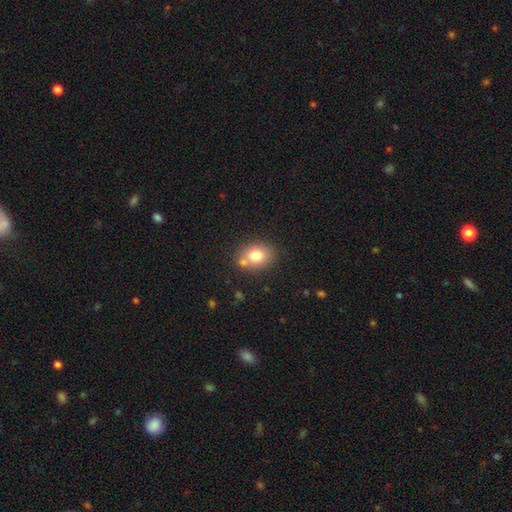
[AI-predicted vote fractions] Smooth or featured?
  - smooth: 76% *
  - featured or disk: 14%
  - star or artifact: 10%
How rounded?
  - in between: 50% *
  - round: 49%
  - cigar-shaped: 1%
Merging?
  - none: 63% *
  - merger: 20%
  - minor disturbance: 14%
  - major disturbance: 4%